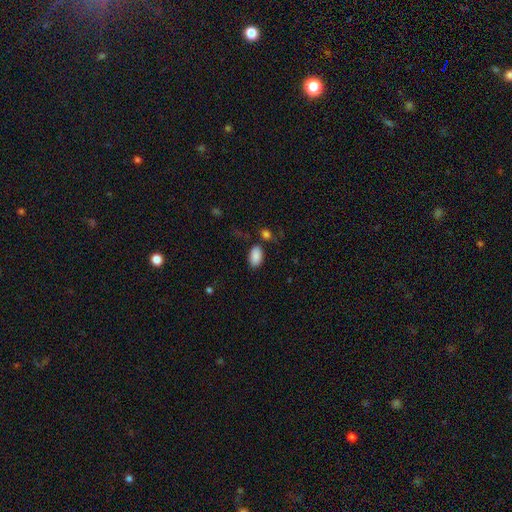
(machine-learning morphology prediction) smooth 88%, star or artifact 8%, featured or disk 4%. Down the decision tree: how rounded — in between (94%); merging — none (76%).